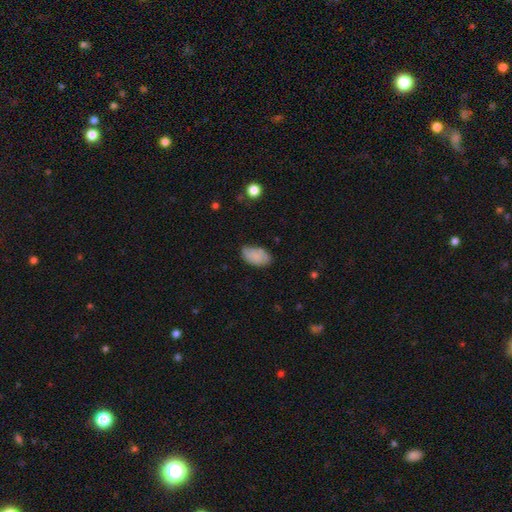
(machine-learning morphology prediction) Smooth or featured: smooth — 82% (featured or disk — 11%)
How rounded: in between — 94% (round — 5%)
Merging: none — 67% (minor disturbance — 26%)